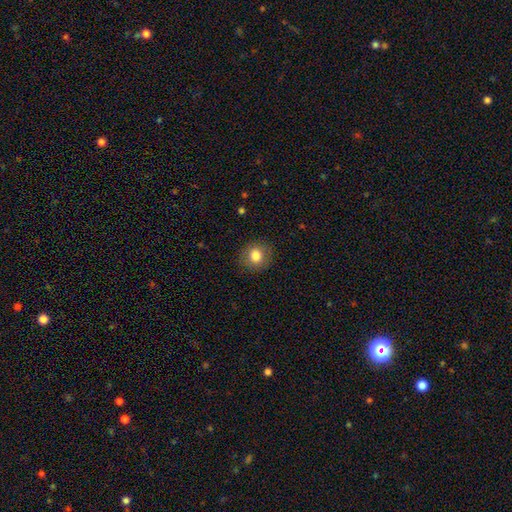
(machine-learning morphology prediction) Smooth or featured?
  - smooth: 82% *
  - star or artifact: 9%
  - featured or disk: 9%
How rounded?
  - round: 87% *
  - in between: 12%
  - cigar-shaped: 1%
Merging?
  - none: 89% *
  - minor disturbance: 8%
  - major disturbance: 3%
  - merger: 1%